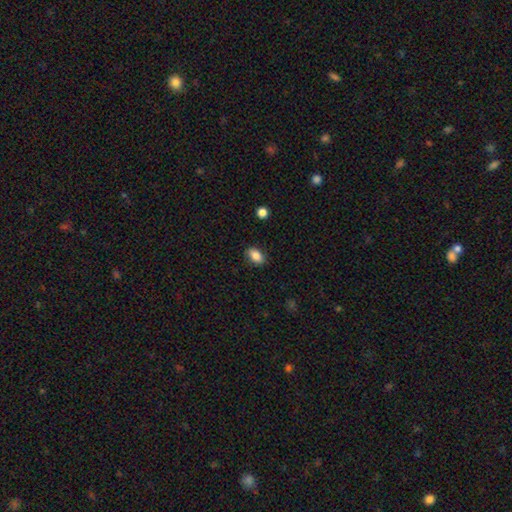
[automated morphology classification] Q: Smooth or featured?
A: smooth (85%); runner-up: star or artifact (8%)
Q: How rounded?
A: in between (88%); runner-up: round (8%)
Q: Merging?
A: none (85%); runner-up: minor disturbance (11%)